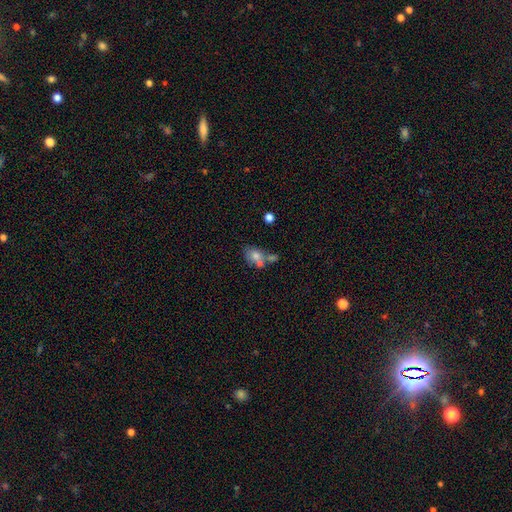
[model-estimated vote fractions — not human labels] Smooth or featured? smooth (67%)
How rounded? in between (61%)
Merging? merger (48%)